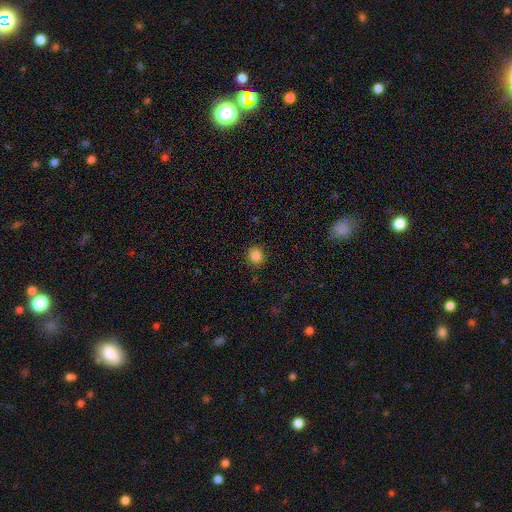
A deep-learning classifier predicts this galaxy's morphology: Smooth or featured: smooth — 85% (star or artifact — 11%)
How rounded: round — 81% (in between — 18%)
Merging: none — 88% (minor disturbance — 8%)